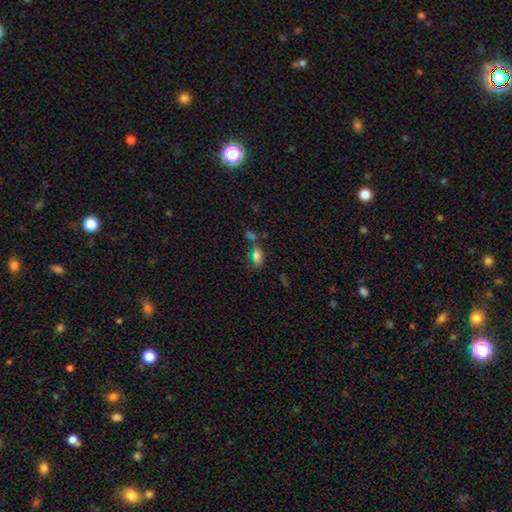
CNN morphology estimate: Q: Smooth or featured?
A: smooth (63%); runner-up: star or artifact (25%)
Q: How rounded?
A: in between (80%); runner-up: cigar-shaped (10%)
Q: Merging?
A: none (42%); runner-up: merger (25%)